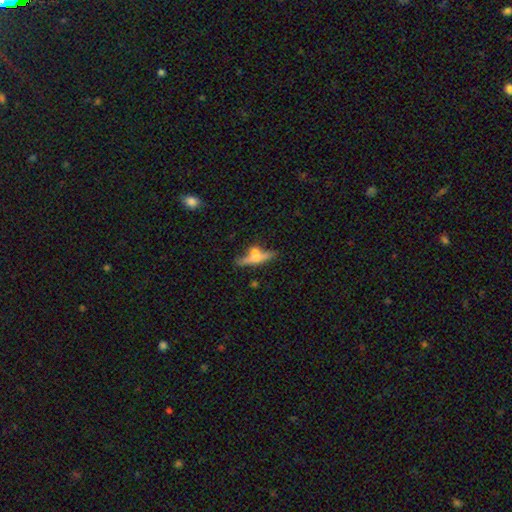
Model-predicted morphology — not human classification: Q: Smooth or featured?
A: smooth (47%); runner-up: featured or disk (45%)
Q: Merging?
A: none (51%); runner-up: merger (27%)